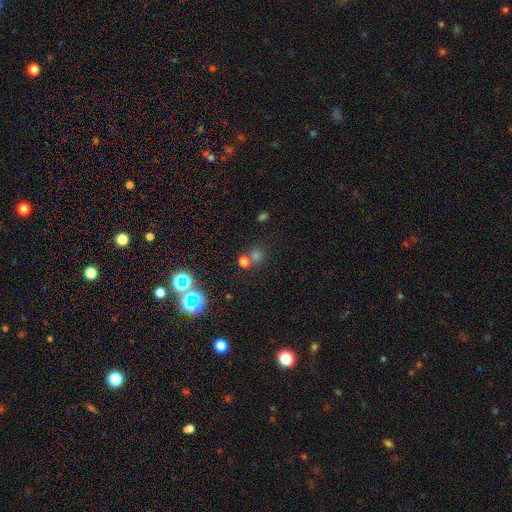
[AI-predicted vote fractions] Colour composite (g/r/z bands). It shows a smooth galaxy with no disk features (56%) that is round (84%). Merging: none (55%).